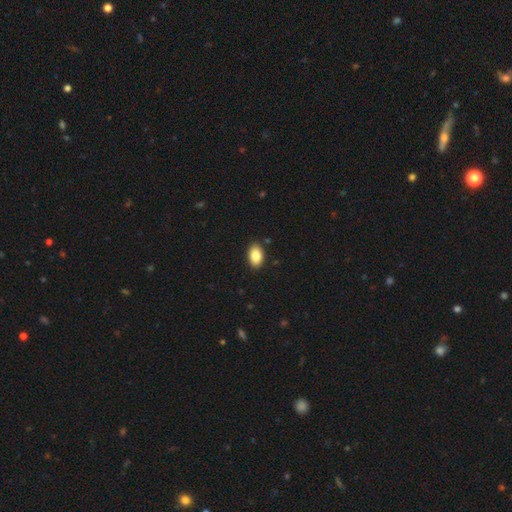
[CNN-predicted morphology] Smooth or featured?
  - smooth: 86% *
  - featured or disk: 7%
  - star or artifact: 7%
How rounded?
  - in between: 92% *
  - round: 7%
  - cigar-shaped: 1%
Merging?
  - none: 89% *
  - minor disturbance: 8%
  - major disturbance: 2%
  - merger: 1%